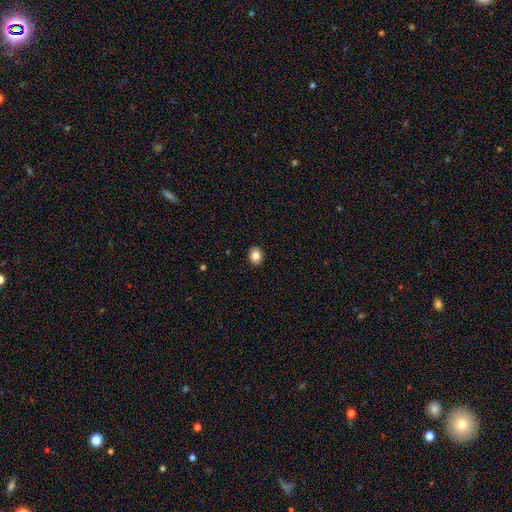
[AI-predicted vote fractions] A smooth galaxy with no disk features (85%) that is round (50%). Merging: none (91%).